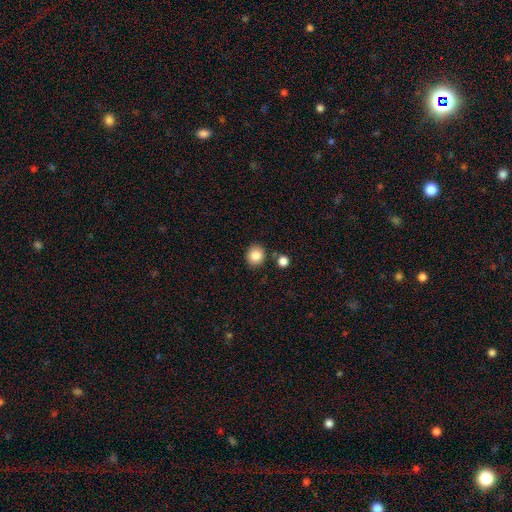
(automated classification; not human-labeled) This is clearly a smooth galaxy (85%). How rounded: clearly round (85%). Merging: clearly none (82%).